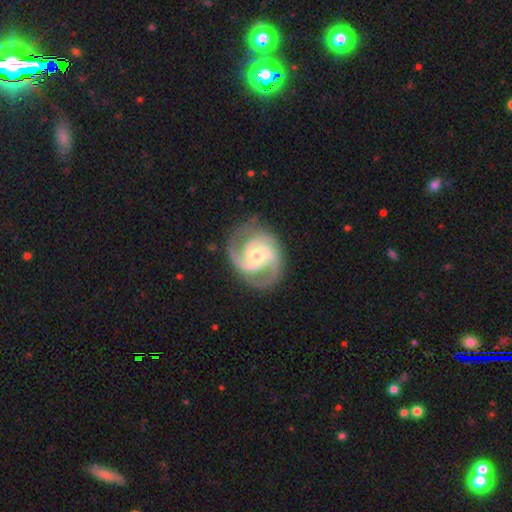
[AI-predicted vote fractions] Smooth or featured? Predicted: featured or disk (p=0.92). Edge-on disk? Predicted: no (p=0.98). Bar? Predicted: no (p=0.47). Spiral arms? Predicted: yes (p=0.98). Spiral winding? Predicted: medium (p=0.47). Spiral arm count? Predicted: 3 (p=0.45). Bulge size? Predicted: moderate (p=0.59). Merging? Predicted: none (p=0.77).